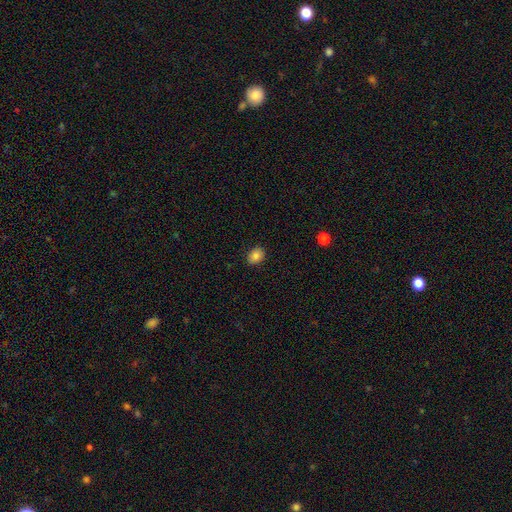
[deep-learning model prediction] smooth-or-featured: smooth: 85% | star or artifact: 10% | featured or disk: 6%
  how-rounded: in between: 65% | round: 34% | cigar-shaped: 1%
  merging: none: 88% | minor disturbance: 9% | major disturbance: 2% | merger: 1%